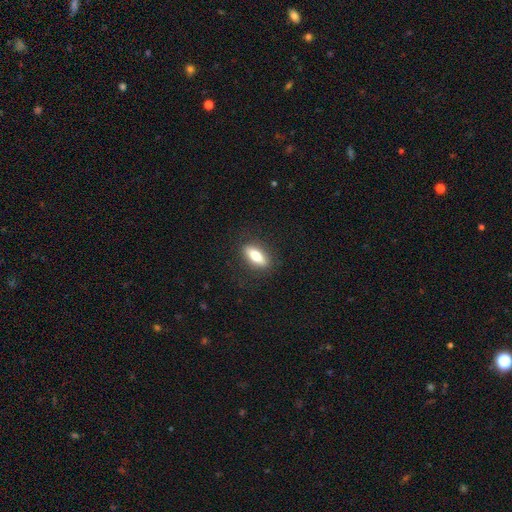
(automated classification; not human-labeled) Smooth or featured?
  - smooth: 71% *
  - featured or disk: 22%
  - star or artifact: 7%
How rounded?
  - in between: 69% *
  - cigar-shaped: 27%
  - round: 4%
Merging?
  - none: 86% *
  - minor disturbance: 10%
  - major disturbance: 3%
  - merger: 1%